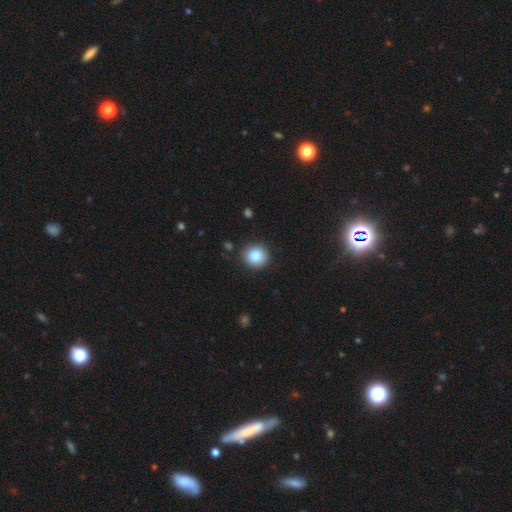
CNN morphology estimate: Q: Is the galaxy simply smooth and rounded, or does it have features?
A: smooth — 83%.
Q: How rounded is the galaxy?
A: round — 89%.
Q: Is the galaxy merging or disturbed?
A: none — 90%.